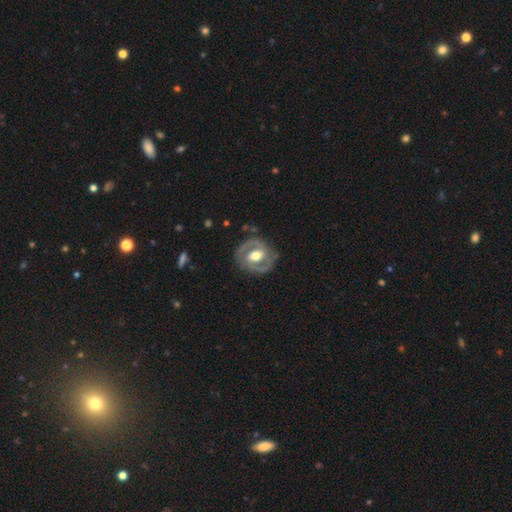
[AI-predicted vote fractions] Smooth or featured? Predicted: featured or disk (p=0.82). Edge-on disk? Predicted: no (p=0.97). Bar? Predicted: weak (p=0.42). Spiral arms? Predicted: yes (p=0.84). Spiral winding? Predicted: medium (p=0.46). Spiral arm count? Predicted: 2 (p=0.88). Bulge size? Predicted: moderate (p=0.66). Merging? Predicted: none (p=0.80).